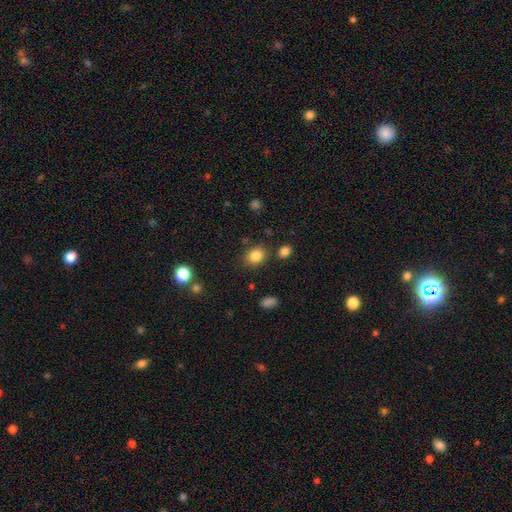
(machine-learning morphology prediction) The model was most divided on "how rounded": in between: 50%, round: 49%, cigar-shaped: 1%. More confident: smooth or featured — smooth (84%); merging — none (81%).